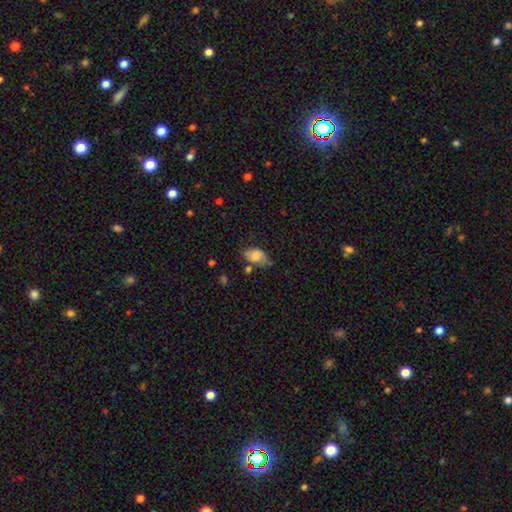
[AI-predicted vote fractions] The model was most divided on "merging": none: 49%, minor disturbance: 33%, major disturbance: 10%, merger: 8%. More confident: how rounded — in between (88%); smooth or featured — smooth (72%).